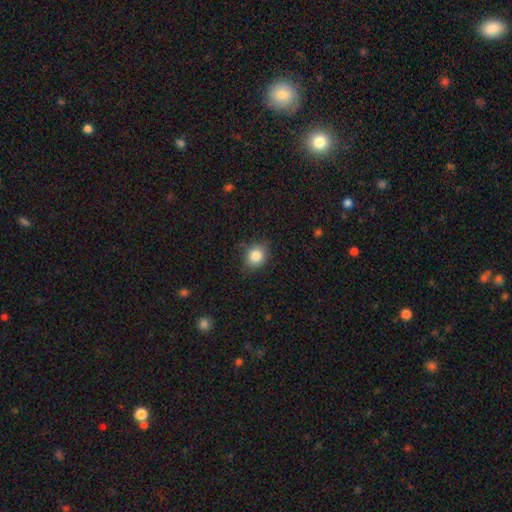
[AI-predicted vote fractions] Smooth or featured: smooth — 84% (star or artifact — 10%)
How rounded: round — 65% (in between — 34%)
Merging: none — 78% (minor disturbance — 18%)